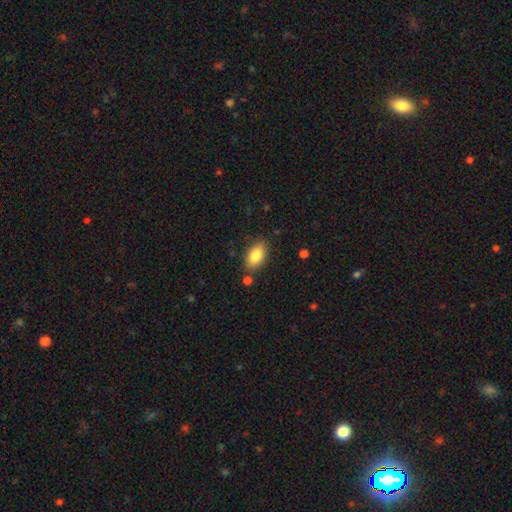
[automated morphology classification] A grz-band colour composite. It shows a smooth galaxy with no disk features (83%) that is in between round and cigar-shaped (90%). Merging: none (80%).